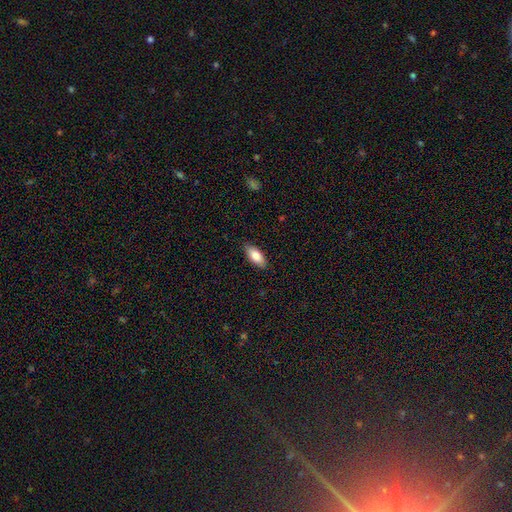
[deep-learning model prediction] Q: Smooth or featured?
A: smooth (81%); runner-up: featured or disk (12%)
Q: How rounded?
A: in between (85%); runner-up: cigar-shaped (13%)
Q: Merging?
A: none (87%); runner-up: minor disturbance (10%)